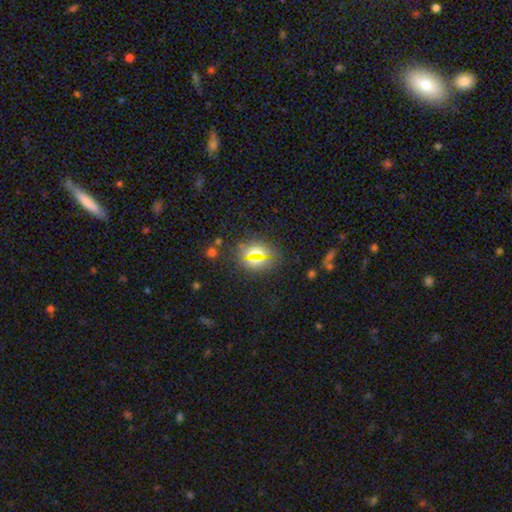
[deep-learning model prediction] smooth 53%, star or artifact 33%, featured or disk 15%. Down the decision tree: how rounded — round (50%); merging — none (76%).